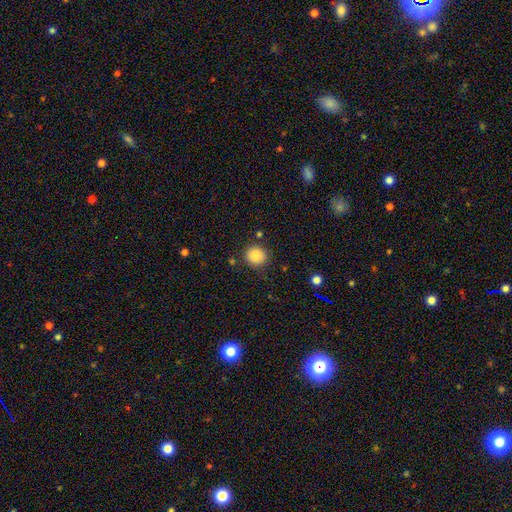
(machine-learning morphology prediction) This is clearly a smooth galaxy (86%). How rounded: clearly round (89%). Merging: clearly none (85%).